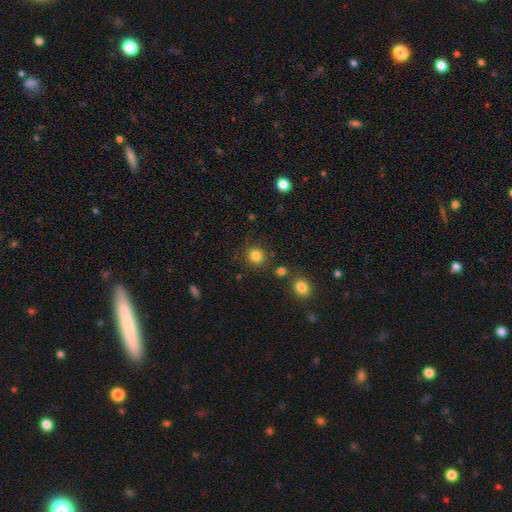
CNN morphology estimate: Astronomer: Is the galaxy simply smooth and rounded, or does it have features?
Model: smooth — 84%.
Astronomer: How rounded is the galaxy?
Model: round — 91%.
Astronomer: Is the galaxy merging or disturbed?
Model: none — 85%.